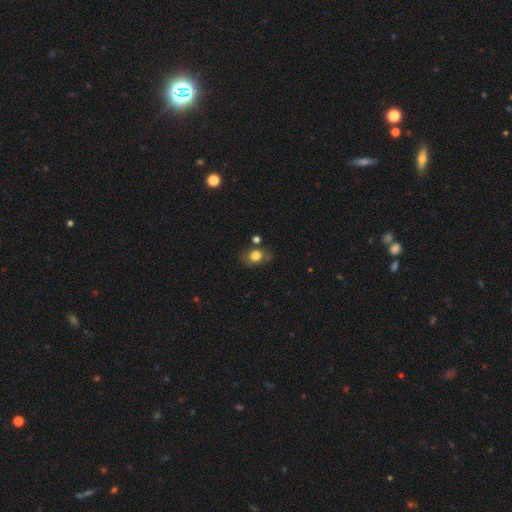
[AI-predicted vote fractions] Q: Smooth or featured?
A: smooth (75%); runner-up: featured or disk (14%)
Q: How rounded?
A: in between (60%); runner-up: round (39%)
Q: Merging?
A: none (65%); runner-up: minor disturbance (20%)